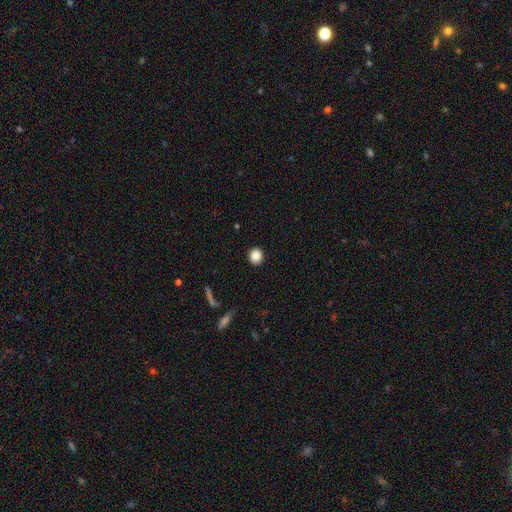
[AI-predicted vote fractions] The model was most divided on "how rounded": round: 81%, in between: 18%, cigar-shaped: 1%. More confident: merging — none (91%); smooth or featured — smooth (87%).